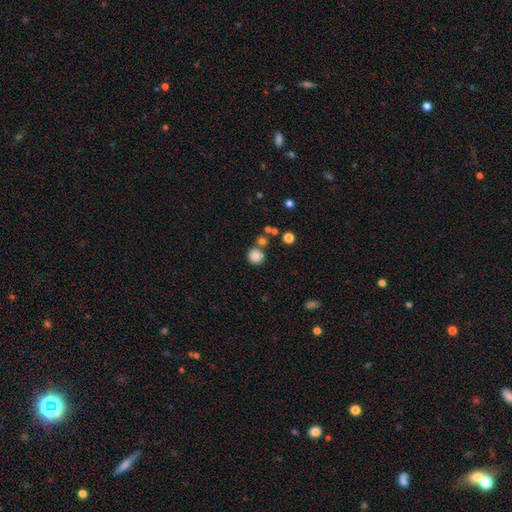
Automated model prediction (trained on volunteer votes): smooth-or-featured: smooth: 84% | star or artifact: 11% | featured or disk: 4%
  how-rounded: round: 93% | in between: 6% | cigar-shaped: 1%
  merging: none: 75% | merger: 12% | minor disturbance: 9% | major disturbance: 3%